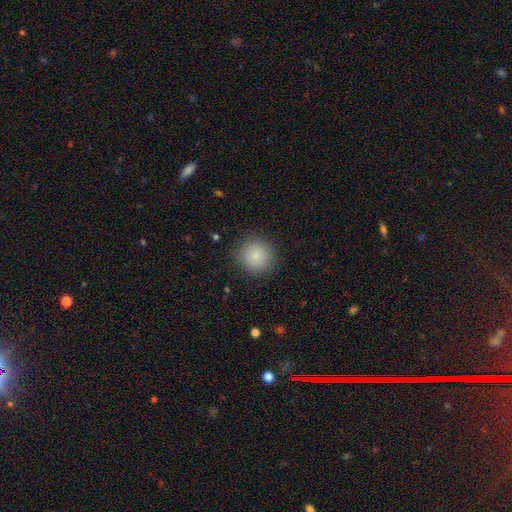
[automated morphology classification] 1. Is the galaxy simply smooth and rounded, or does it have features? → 87% smooth, 9% star or artifact, 4% featured or disk.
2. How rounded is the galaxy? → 93% round, 6% in between, 1% cigar-shaped.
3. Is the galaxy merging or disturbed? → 88% none, 8% minor disturbance, 3% major disturbance, 1% merger.